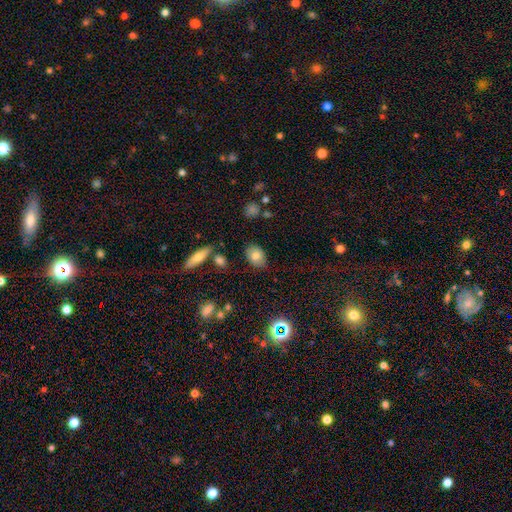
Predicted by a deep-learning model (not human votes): The model was most divided on "how rounded": in between: 79%, round: 19%, cigar-shaped: 2%. More confident: merging — none (81%); smooth or featured — smooth (80%).